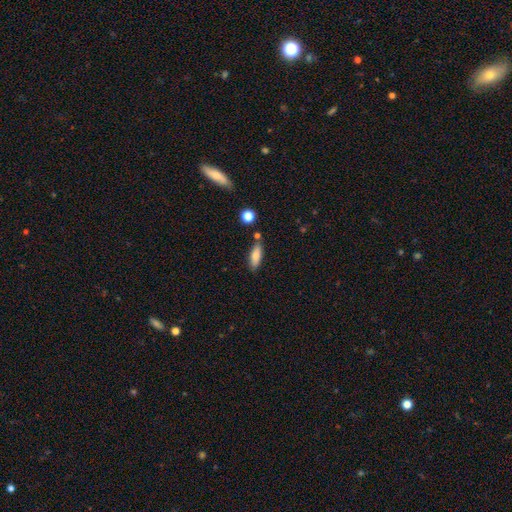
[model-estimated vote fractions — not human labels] A smooth galaxy with no disk features (79%) that is in between round and cigar-shaped (62%).

Vote fractions:
- Smooth or featured? smooth: 79% / featured or disk: 13% / star or artifact: 8%
- How rounded? in between: 62% / cigar-shaped: 35% / round: 3%
- Merging? none: 76% / minor disturbance: 14% / merger: 7% / major disturbance: 3%